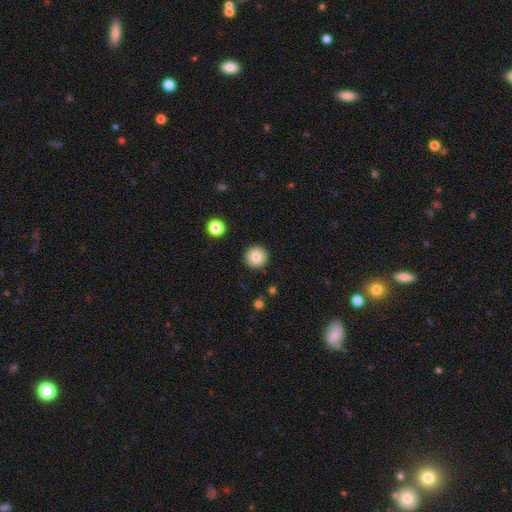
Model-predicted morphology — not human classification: Smooth or featured? Predicted: smooth (p=0.83). How rounded? Predicted: round (p=0.95). Merging? Predicted: none (p=0.92).